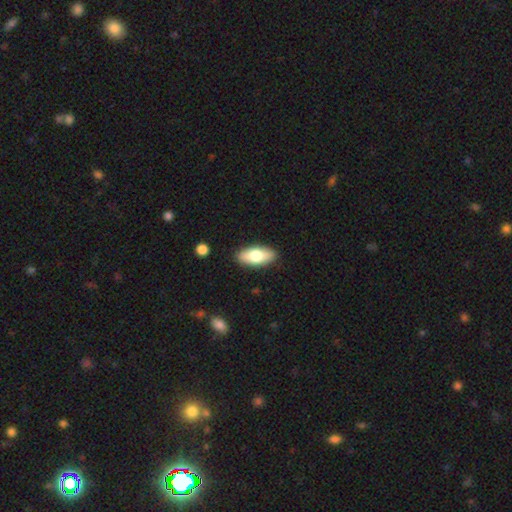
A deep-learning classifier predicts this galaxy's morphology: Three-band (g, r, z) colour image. It shows a smooth galaxy with no disk features (71%) that is in between round and cigar-shaped (84%). Merging: none (89%).